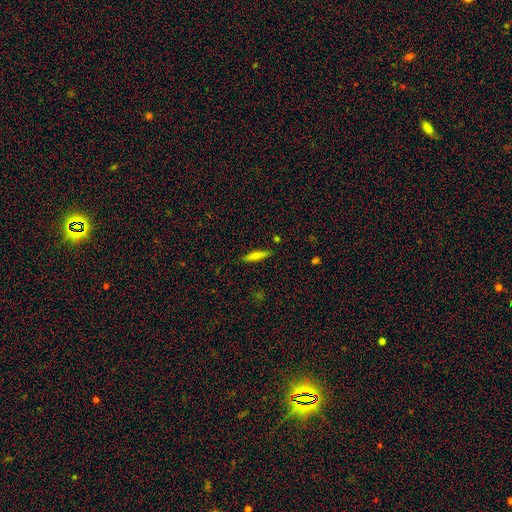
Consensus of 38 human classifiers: Smooth or featured? 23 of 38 (61%) said smooth. How rounded? 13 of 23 (57%) said cigar-shaped. Merging? 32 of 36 (89%) said none.